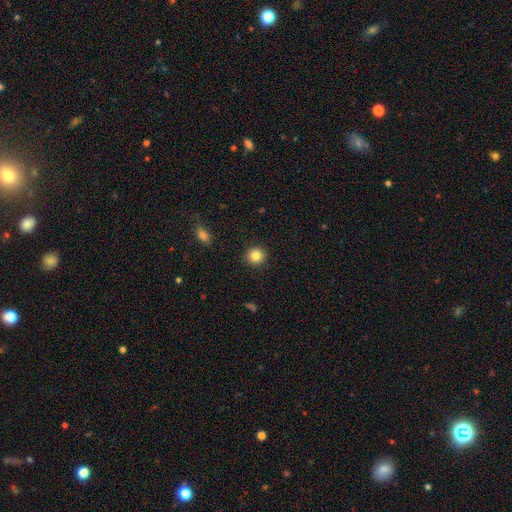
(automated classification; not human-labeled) Smooth or featured?
  - smooth: 83% *
  - star or artifact: 10%
  - featured or disk: 7%
How rounded?
  - round: 90% *
  - in between: 9%
  - cigar-shaped: 1%
Merging?
  - none: 91% *
  - minor disturbance: 6%
  - major disturbance: 2%
  - merger: 1%